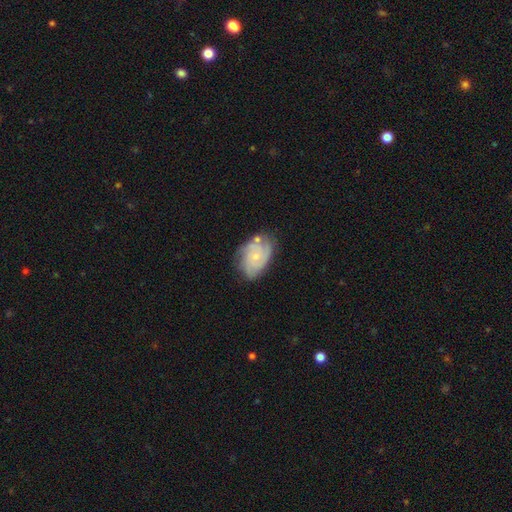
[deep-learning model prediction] Smooth or featured? Predicted: featured or disk (p=0.72). Edge-on disk? Predicted: no (p=0.97). Bar? Predicted: no (p=0.76). Spiral arms? Predicted: yes (p=0.92). Spiral winding? Predicted: tight (p=0.58). Spiral arm count? Predicted: can't tell (p=0.30). Bulge size? Predicted: small (p=0.72). Merging? Predicted: none (p=0.64).